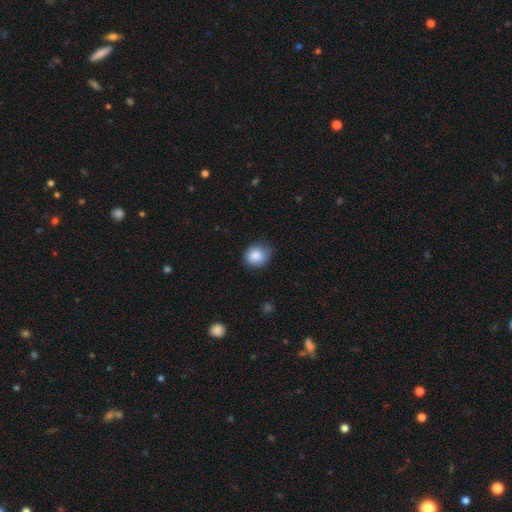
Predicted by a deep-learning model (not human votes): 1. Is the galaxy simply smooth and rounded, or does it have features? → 84% smooth, 9% star or artifact, 7% featured or disk.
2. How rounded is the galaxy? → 71% round, 28% in between, 1% cigar-shaped.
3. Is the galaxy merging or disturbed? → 64% none, 29% minor disturbance, 5% major disturbance, 1% merger.